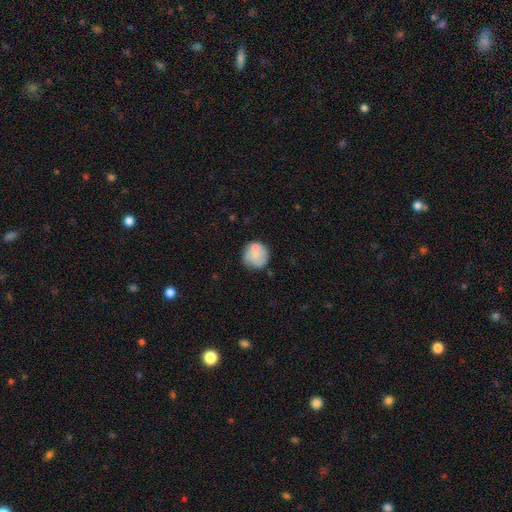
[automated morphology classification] Smooth or featured? smooth (69%)
How rounded? round (90%)
Merging? none (62%)